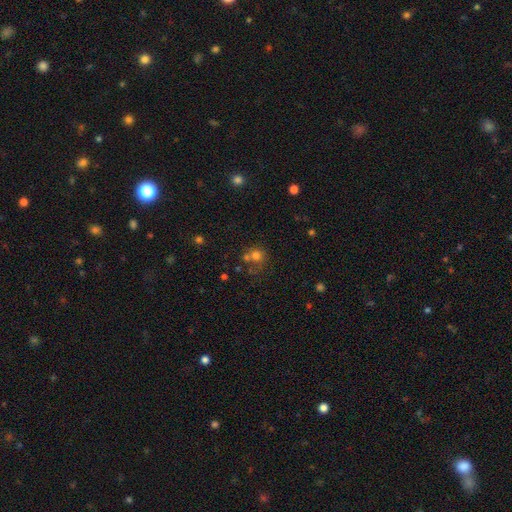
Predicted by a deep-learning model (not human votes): smooth_or_featured: smooth (p=0.68) [alt: star or artifact p=0.16]
how_rounded: round (p=0.81) [alt: in between p=0.18]
merging: none (p=0.41) [alt: merger p=0.36]